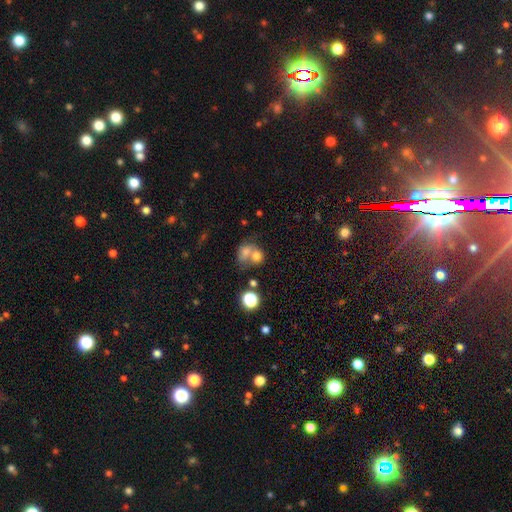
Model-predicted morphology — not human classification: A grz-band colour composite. It shows a smooth galaxy with no disk features (69%) that is round (56%). Merging: merger (63%).